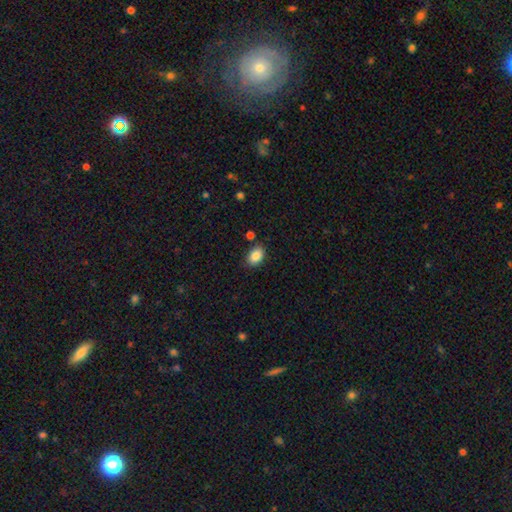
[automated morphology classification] This is clearly a smooth galaxy (87%). How rounded: clearly in between (86%). Merging: clearly none (82%).